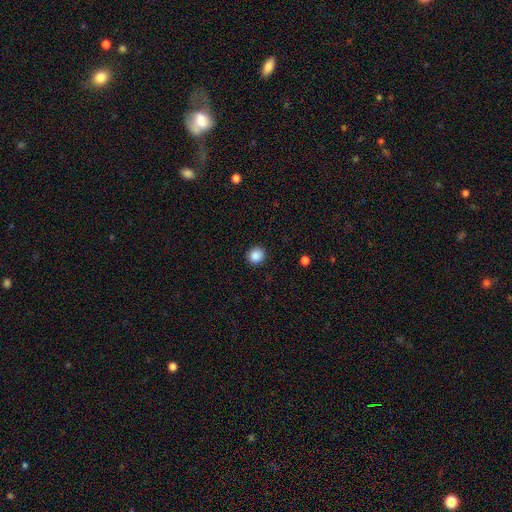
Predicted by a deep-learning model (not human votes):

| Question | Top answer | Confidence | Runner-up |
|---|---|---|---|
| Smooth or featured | smooth | 87% | star or artifact (10%) |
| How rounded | round | 87% | in between (12%) |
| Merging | none | 91% | minor disturbance (6%) |